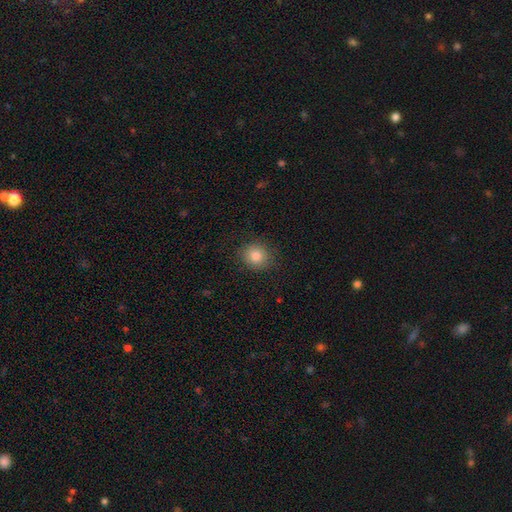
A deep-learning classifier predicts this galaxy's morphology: Smooth or featured: smooth — 82% (star or artifact — 11%)
How rounded: round — 80% (in between — 19%)
Merging: none — 87% (minor disturbance — 9%)